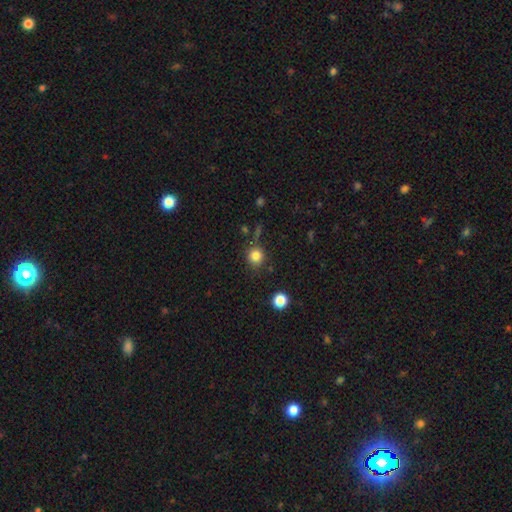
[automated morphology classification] This appears to be a smooth galaxy with no disk features (82%) that is round (91%). Merging: none (81%).